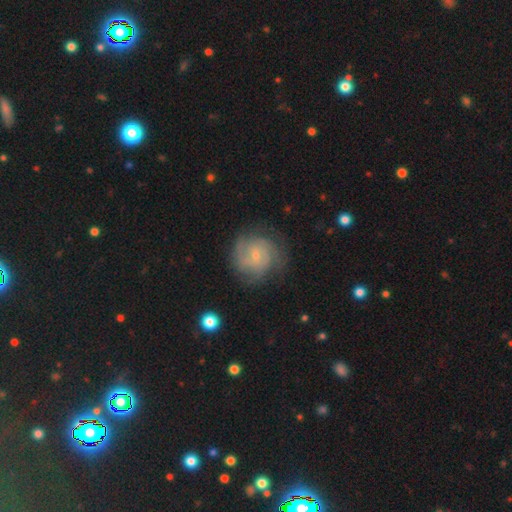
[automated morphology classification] smooth-or-featured: featured or disk: 72% | smooth: 21% | star or artifact: 7%
  disk-edge-on: no: 98% | yes: 2%
    bar: no: 60% | weak: 35% | strong: 5%
    has-spiral-arms: yes: 90% | no: 10%
      spiral-winding: tight: 58% | medium: 32% | loose: 9%
      spiral-arm-count: can't tell: 38% | 2: 25% | 3: 19% | 4: 8% | 1: 5% | more than 4: 5%
    bulge-size: small: 75% | moderate: 20% | none: 3% | large: 1% | dominant: 1%
  merging: none: 71% | minor disturbance: 18% | major disturbance: 9% | merger: 2%